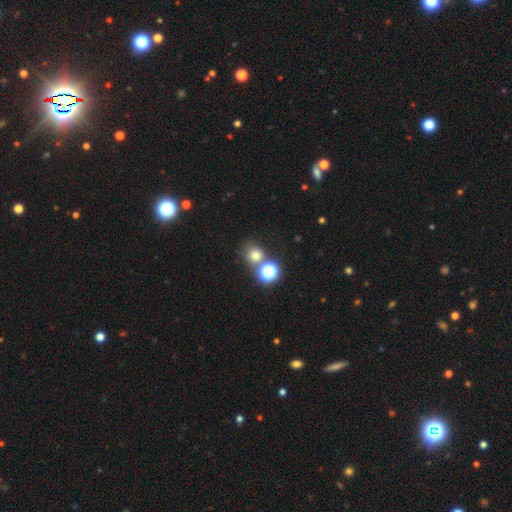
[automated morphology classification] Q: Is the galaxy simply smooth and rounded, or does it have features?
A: smooth — 70%.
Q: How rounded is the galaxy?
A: round — 86%.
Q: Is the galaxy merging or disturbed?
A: none — 60%.